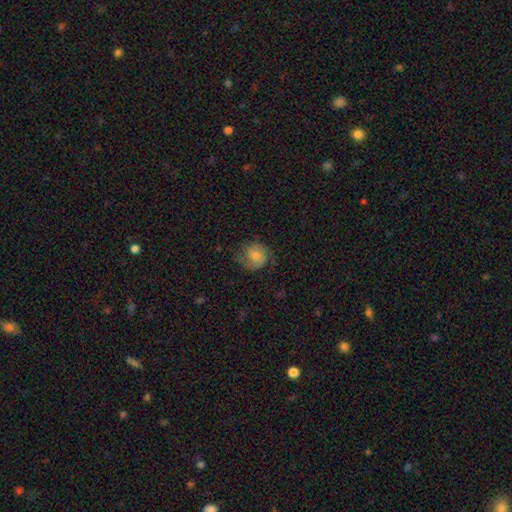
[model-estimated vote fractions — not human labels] A featured or disk galaxy (68%) with no bar (67%), 2 (85%) medium (47%) spiral arms (94%) and a small central bulge (45%).

Vote fractions:
- Smooth or featured? featured or disk: 68% / smooth: 25% / star or artifact: 8%
- Edge-on disk? no: 98% / yes: 2%
- Bar? no: 67% / weak: 28% / strong: 5%
- Spiral arms? yes: 94% / no: 6%
- Spiral winding? medium: 47% / tight: 33% / loose: 20%
- Spiral arm count? 2: 85% / can't tell: 6% / 1: 4% / 3: 3% / 4: 1% / more than 4: 1%
- Bulge size? small: 45% / moderate: 42% / none: 7% / large: 5% / dominant: 1%
- Merging? none: 69% / minor disturbance: 20% / major disturbance: 10% / merger: 1%